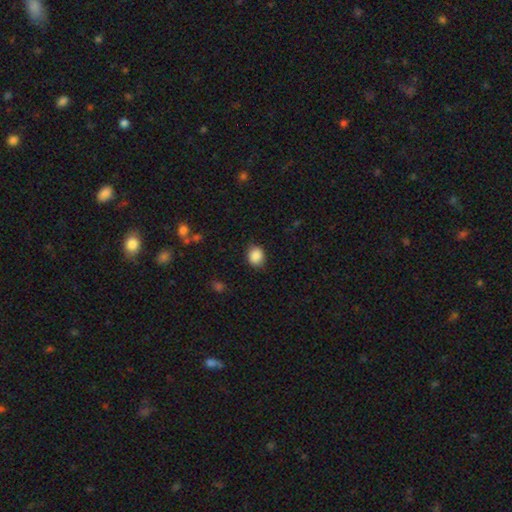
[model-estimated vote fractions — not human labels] A smooth galaxy with no disk features (88%) that is round (59%). Merging: none (83%).